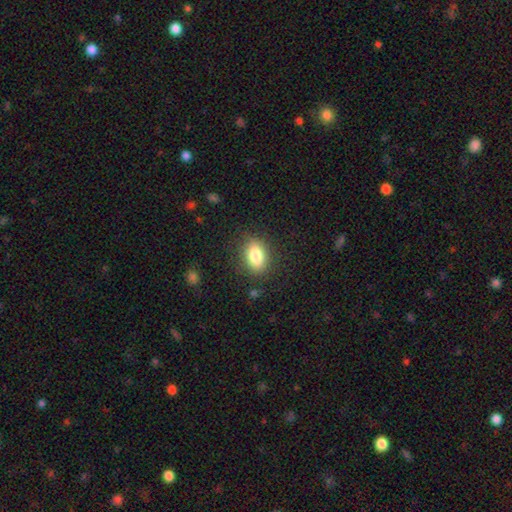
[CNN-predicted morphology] This is clearly a smooth galaxy (83%). How rounded: clearly in between (83%). Merging: clearly none (85%).